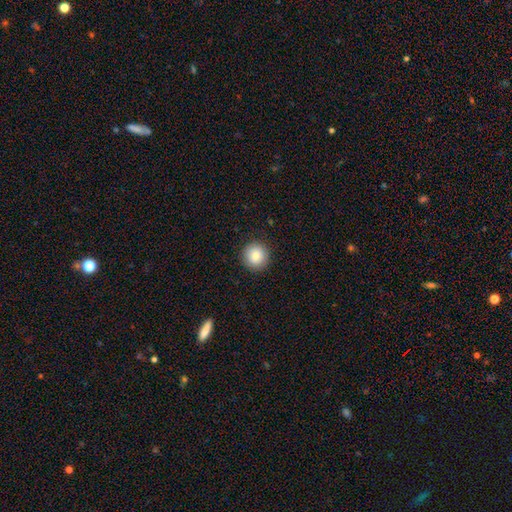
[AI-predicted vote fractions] Smooth or featured? Predicted: smooth (p=0.83). How rounded? Predicted: round (p=0.95). Merging? Predicted: none (p=0.90).